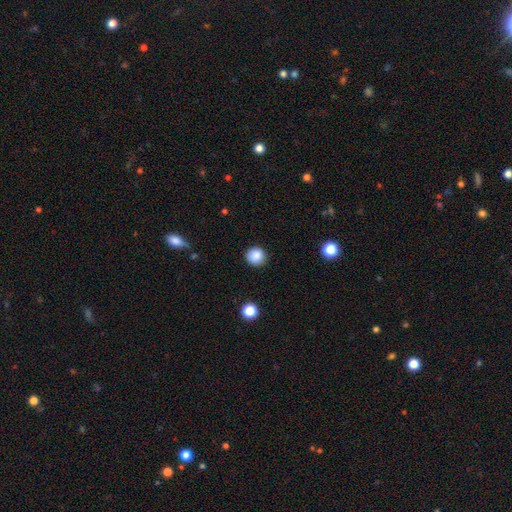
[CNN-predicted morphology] This appears to be a smooth galaxy with no disk features (87%) that is round (93%). Merging: none (90%).